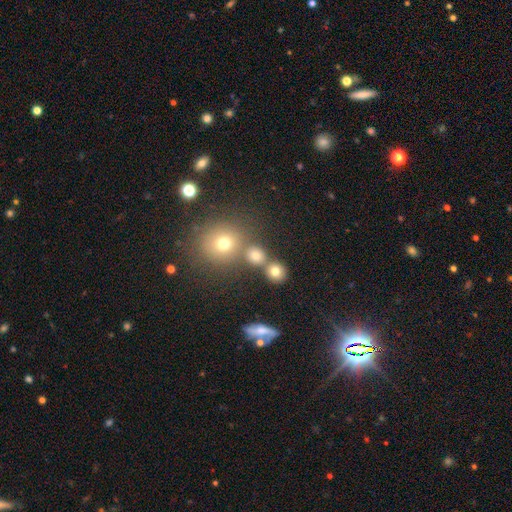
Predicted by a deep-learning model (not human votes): Smooth or featured? Predicted: smooth (p=0.72). How rounded? Predicted: round (p=0.84). Merging? Predicted: none (p=0.65).